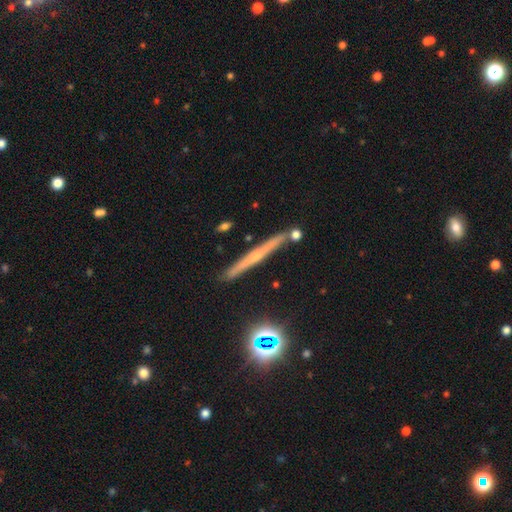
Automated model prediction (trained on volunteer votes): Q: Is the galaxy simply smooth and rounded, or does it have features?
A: featured or disk — 61%.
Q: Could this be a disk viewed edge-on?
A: yes — 97%.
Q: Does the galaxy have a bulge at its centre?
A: rounded — 50%.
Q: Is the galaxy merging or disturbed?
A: none — 87%.